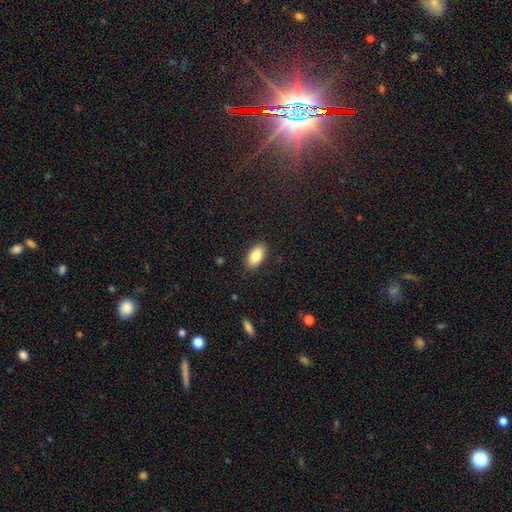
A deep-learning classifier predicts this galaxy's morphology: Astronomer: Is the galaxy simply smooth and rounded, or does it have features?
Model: smooth — 84%.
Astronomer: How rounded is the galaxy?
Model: in between — 93%.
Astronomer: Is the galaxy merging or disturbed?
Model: none — 87%.